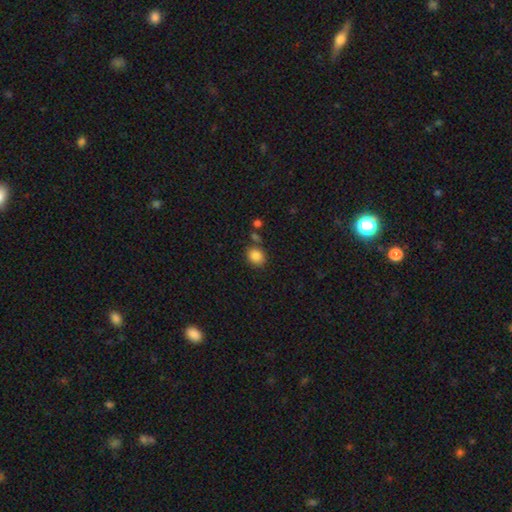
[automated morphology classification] smooth-or-featured: smooth: 85% | star or artifact: 10% | featured or disk: 5%
  how-rounded: round: 60% | in between: 39% | cigar-shaped: 1%
  merging: none: 75% | minor disturbance: 13% | merger: 9% | major disturbance: 4%